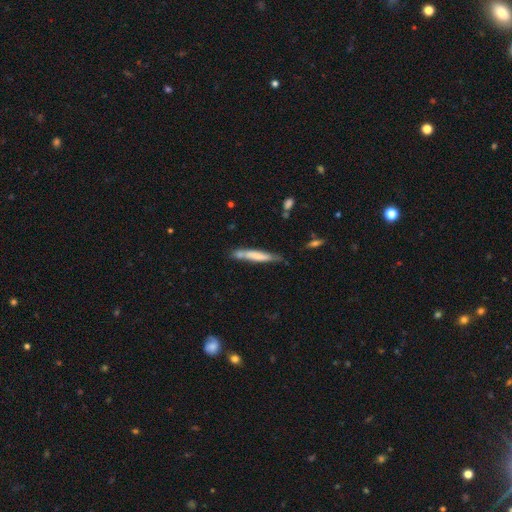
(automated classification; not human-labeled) This appears to be a smooth galaxy with no disk features (62%) that is cigar-shaped (92%). Merging: none (61%).